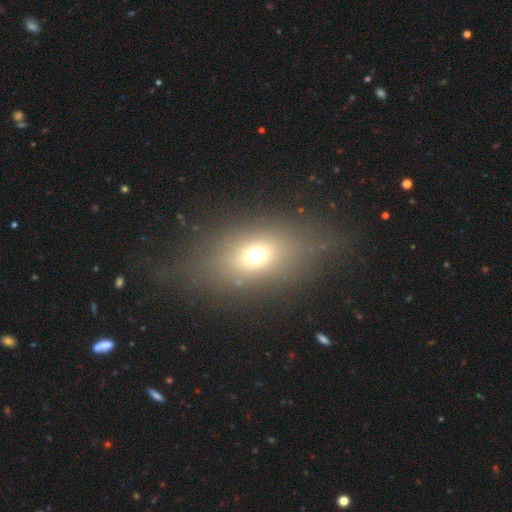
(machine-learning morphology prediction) Smooth or featured: smooth — 66% (star or artifact — 21%)
How rounded: in between — 64% (round — 33%)
Merging: none — 78% (minor disturbance — 10%)